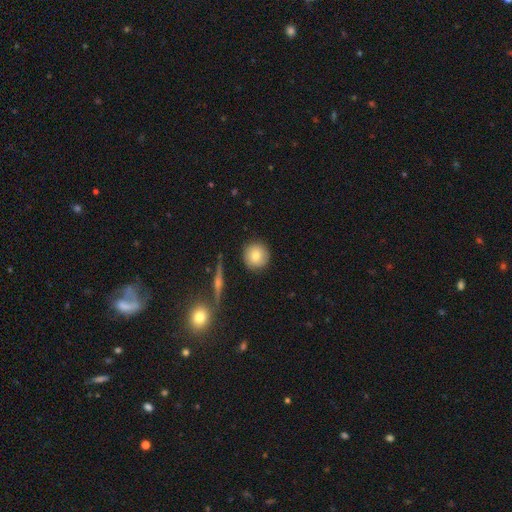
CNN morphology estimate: A smooth galaxy with no disk features (74%) that is round (94%). Merging: none (88%).